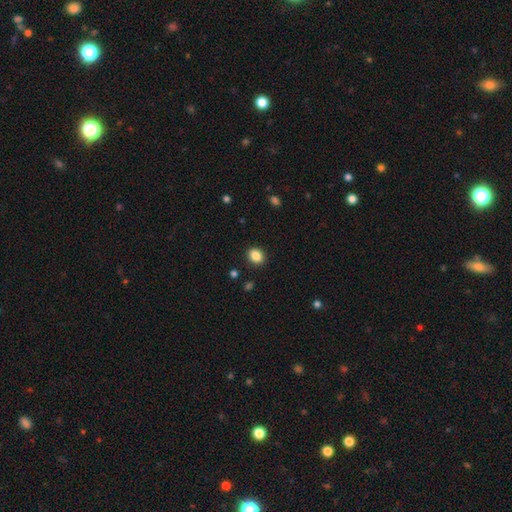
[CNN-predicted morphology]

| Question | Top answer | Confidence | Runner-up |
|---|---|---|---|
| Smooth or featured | smooth | 87% | star or artifact (9%) |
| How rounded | in between | 50% | round (49%) |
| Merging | none | 90% | minor disturbance (7%) |